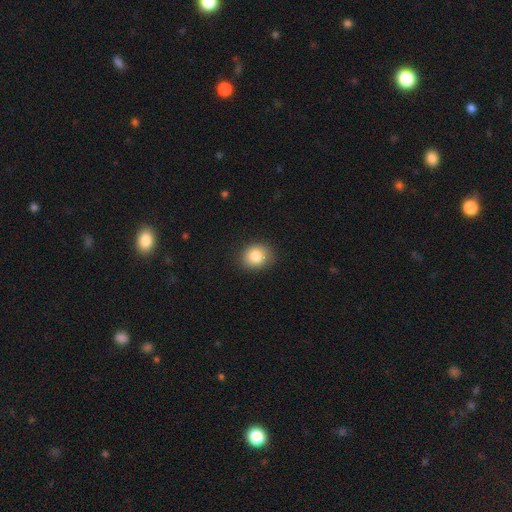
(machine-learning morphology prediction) A smooth galaxy with no disk features (83%) that is round (66%).

Vote fractions:
- Smooth or featured? smooth: 83% / star or artifact: 9% / featured or disk: 7%
- How rounded? round: 66% / in between: 33% / cigar-shaped: 1%
- Merging? none: 87% / minor disturbance: 10% / major disturbance: 2% / merger: 1%